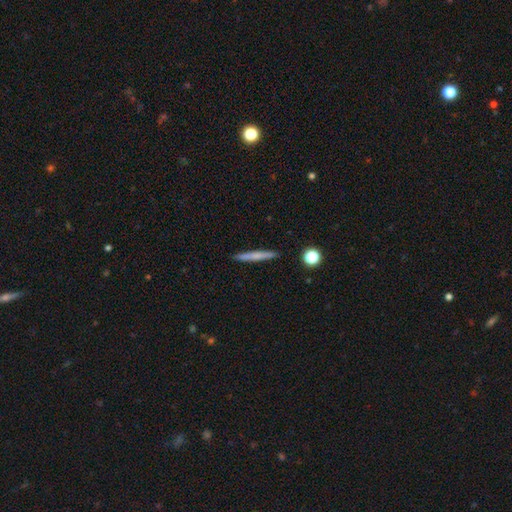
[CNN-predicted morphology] Smooth or featured?
  - smooth: 65% *
  - featured or disk: 28%
  - star or artifact: 7%
How rounded?
  - cigar-shaped: 95% *
  - in between: 3%
  - round: 2%
Merging?
  - none: 91% *
  - minor disturbance: 6%
  - merger: 1%
  - major disturbance: 1%